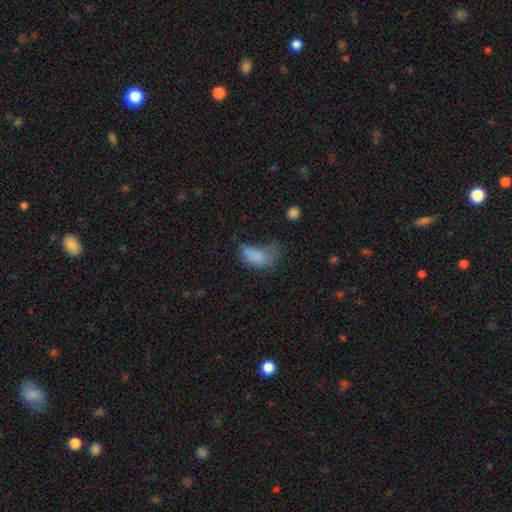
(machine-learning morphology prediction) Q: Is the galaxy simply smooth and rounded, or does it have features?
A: smooth — 73%.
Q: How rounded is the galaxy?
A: in between — 90%.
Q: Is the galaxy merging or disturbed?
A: major disturbance — 51%.